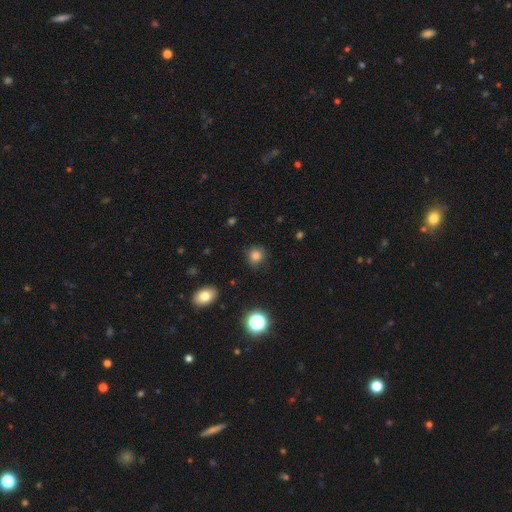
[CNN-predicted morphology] A smooth galaxy with no disk features (80%) that is round (83%). Merging: none (86%).